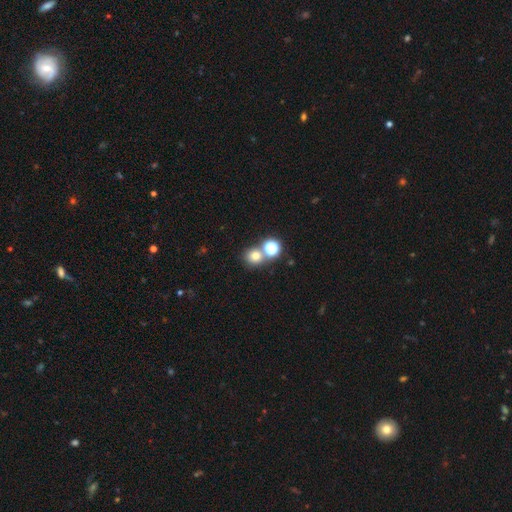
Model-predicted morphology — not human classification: smooth_or_featured: smooth (p=0.71) [alt: star or artifact p=0.20]
how_rounded: round (p=0.84) [alt: in between p=0.15]
merging: none (p=0.60) [alt: merger p=0.30]